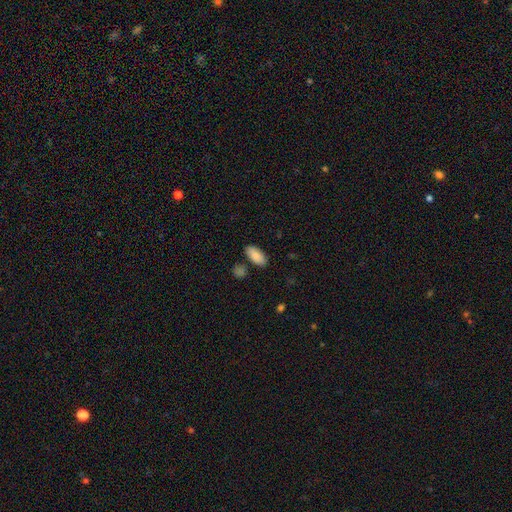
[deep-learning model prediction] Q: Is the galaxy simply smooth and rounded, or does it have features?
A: smooth — 88%.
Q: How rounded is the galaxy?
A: in between — 92%.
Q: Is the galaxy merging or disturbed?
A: none — 82%.